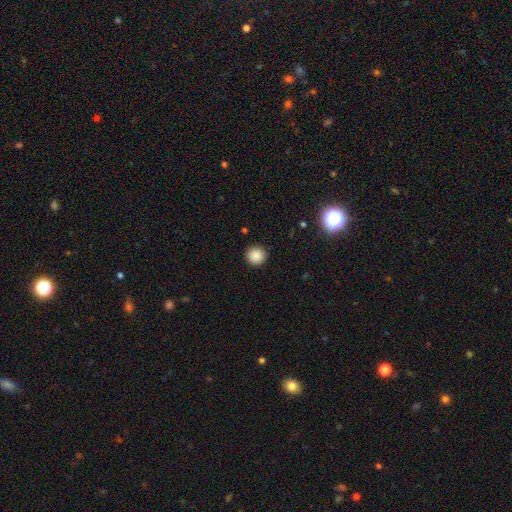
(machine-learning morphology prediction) A smooth galaxy with no disk features (87%) that is round (95%).

Vote fractions:
- Smooth or featured? smooth: 87% / star or artifact: 10% / featured or disk: 3%
- How rounded? round: 95% / in between: 4% / cigar-shaped: 1%
- Merging? none: 91% / minor disturbance: 6% / major disturbance: 2% / merger: 1%